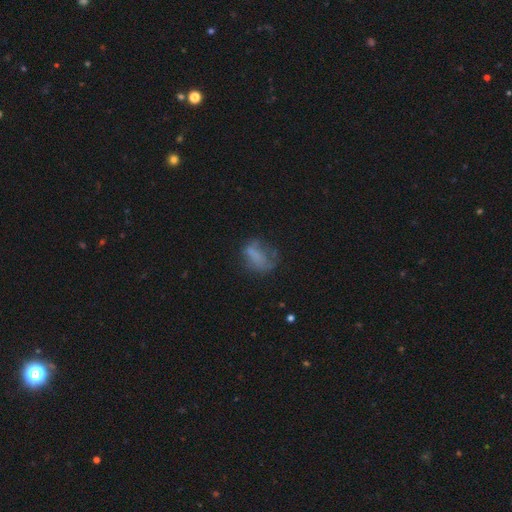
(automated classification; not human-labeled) Smooth or featured? Predicted: smooth (p=0.54). How rounded? Predicted: in between (p=0.73). Merging? Predicted: none (p=0.44).